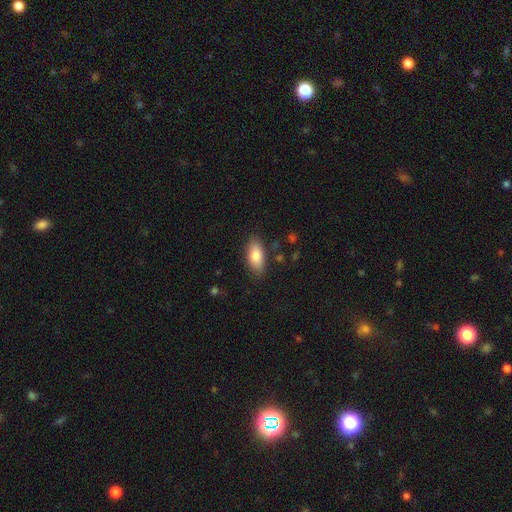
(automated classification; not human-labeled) A smooth galaxy with no disk features (82%) that is in between round and cigar-shaped (88%).

Vote fractions:
- Smooth or featured? smooth: 82% / featured or disk: 12% / star or artifact: 7%
- How rounded? in between: 88% / cigar-shaped: 9% / round: 3%
- Merging? none: 83% / minor disturbance: 13% / major disturbance: 3% / merger: 2%